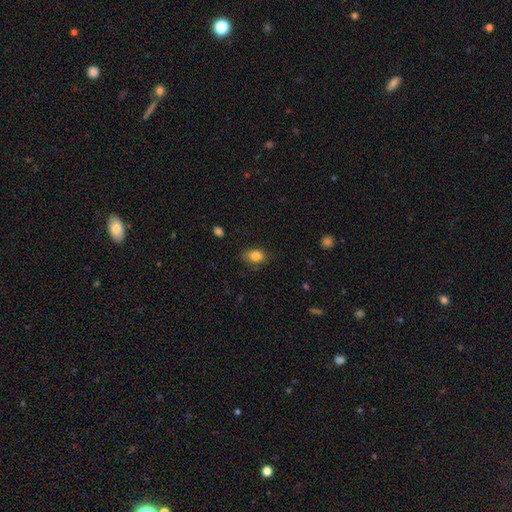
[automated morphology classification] Overall: smooth (85%). How rounded: in between (75%). Merging: none (76%).